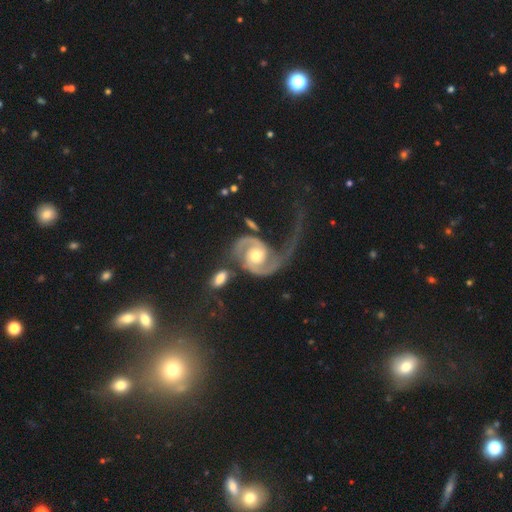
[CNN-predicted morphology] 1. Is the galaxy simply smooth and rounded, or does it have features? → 91% featured or disk, 5% smooth, 4% star or artifact.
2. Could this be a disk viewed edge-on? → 98% no, 2% yes.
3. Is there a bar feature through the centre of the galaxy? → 58% no, 32% weak, 11% strong.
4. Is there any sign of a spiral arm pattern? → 98% yes, 2% no.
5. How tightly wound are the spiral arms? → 45% medium, 31% loose, 24% tight.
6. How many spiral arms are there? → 88% 2, 6% 1, 3% can't tell, 2% 3, 1% 4, 1% more than 4.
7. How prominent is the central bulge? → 70% moderate, 20% small, 8% large, 1% none, 1% dominant.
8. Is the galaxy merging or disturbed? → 37% major disturbance, 32% none, 16% merger, 15% minor disturbance.